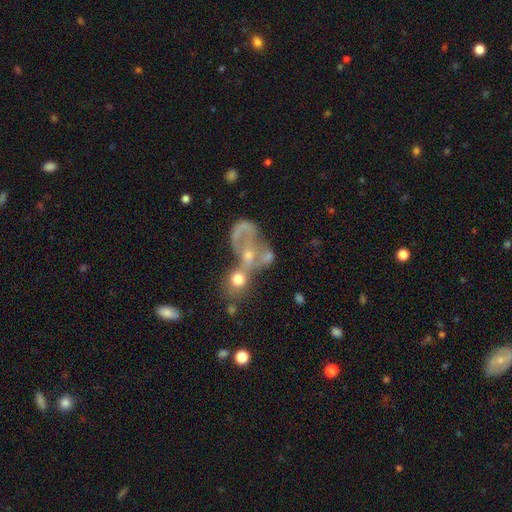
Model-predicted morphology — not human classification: A featured or disk galaxy (53%) with no bar (80%), no spiral arms (66%) and a moderate central bulge (36%).

Vote fractions:
- Smooth or featured? featured or disk: 53% / smooth: 31% / star or artifact: 16%
- Edge-on disk? no: 96% / yes: 4%
- Bar? no: 80% / weak: 16% / strong: 5%
- Spiral arms? no: 66% / yes: 34%
- Bulge size? moderate: 36% / small: 32% / none: 24% / large: 5% / dominant: 2%
- Merging? merger: 54% / major disturbance: 20% / none: 17% / minor disturbance: 8%